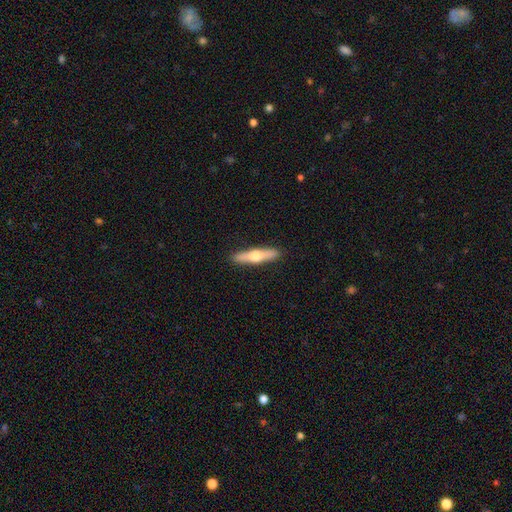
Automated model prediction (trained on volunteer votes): The model was most divided on "smooth or featured": featured or disk: 51%, smooth: 44%, star or artifact: 5%. More confident: edge-on disk — yes (94%); merging — none (90%).